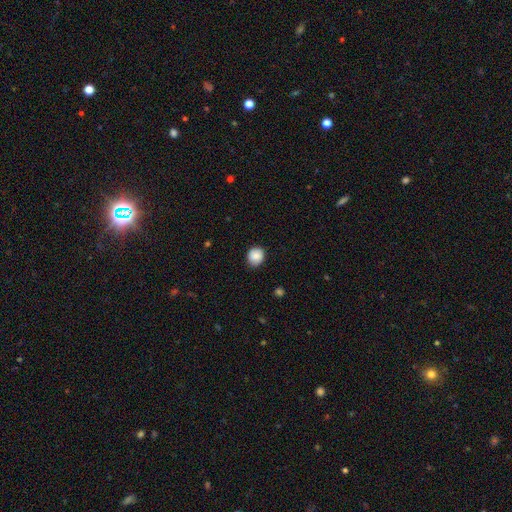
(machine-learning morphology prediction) This is clearly a smooth galaxy (86%). How rounded: likely round (76%). Merging: clearly none (82%).